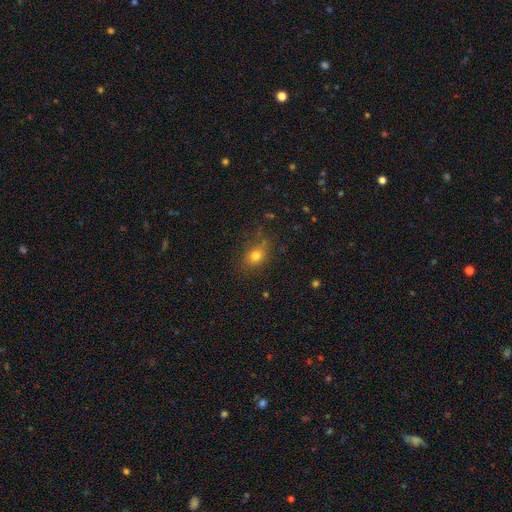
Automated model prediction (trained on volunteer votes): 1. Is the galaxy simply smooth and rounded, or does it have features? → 75% smooth, 15% star or artifact, 10% featured or disk.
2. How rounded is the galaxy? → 51% in between, 46% round, 2% cigar-shaped.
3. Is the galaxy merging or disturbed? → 72% none, 18% minor disturbance, 7% major disturbance, 2% merger.